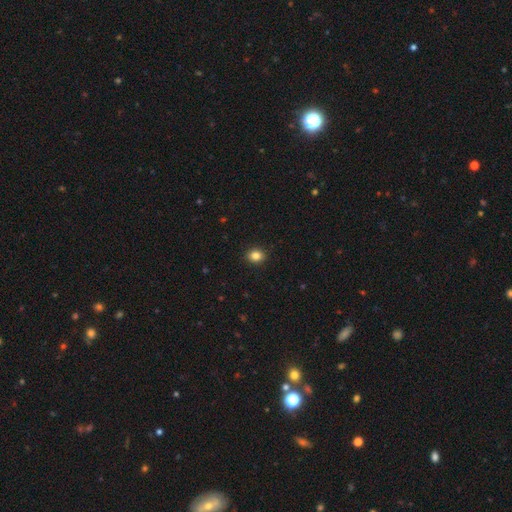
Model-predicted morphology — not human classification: A smooth galaxy with no disk features (84%) that is round (62%). Merging: none (92%).